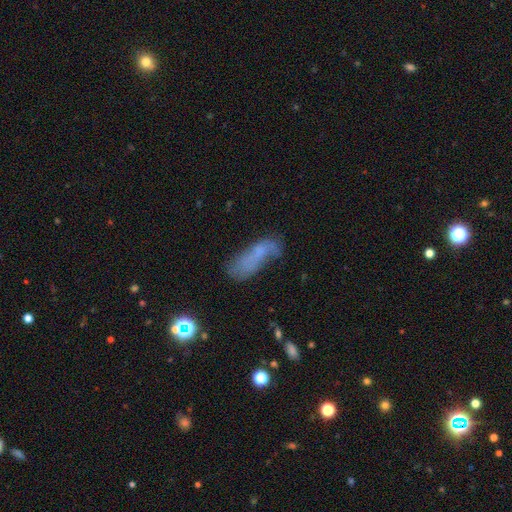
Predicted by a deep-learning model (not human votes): smooth-or-featured: smooth: 55% | featured or disk: 29% | star or artifact: 16%
  how-rounded: in between: 53% | cigar-shaped: 44% | round: 3%
  merging: none: 43% | minor disturbance: 28% | major disturbance: 20% | merger: 10%